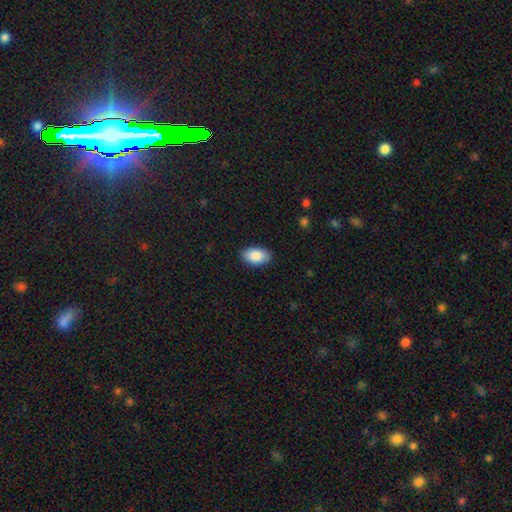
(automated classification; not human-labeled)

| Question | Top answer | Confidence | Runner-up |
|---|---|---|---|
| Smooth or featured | smooth | 88% | star or artifact (6%) |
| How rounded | in between | 94% | round (4%) |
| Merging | none | 88% | minor disturbance (9%) |